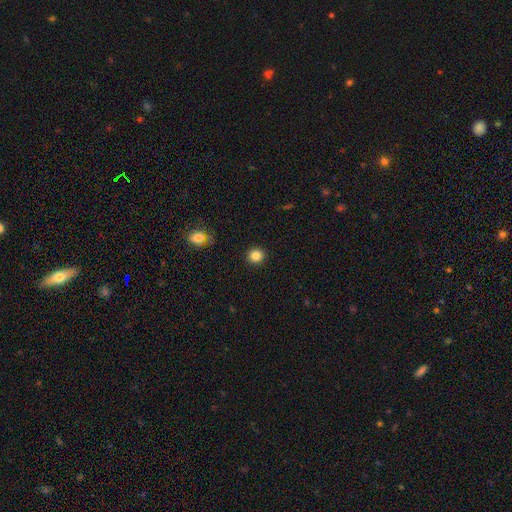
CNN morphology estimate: Smooth or featured? Predicted: smooth (p=0.84). How rounded? Predicted: round (p=0.92). Merging? Predicted: none (p=0.93).